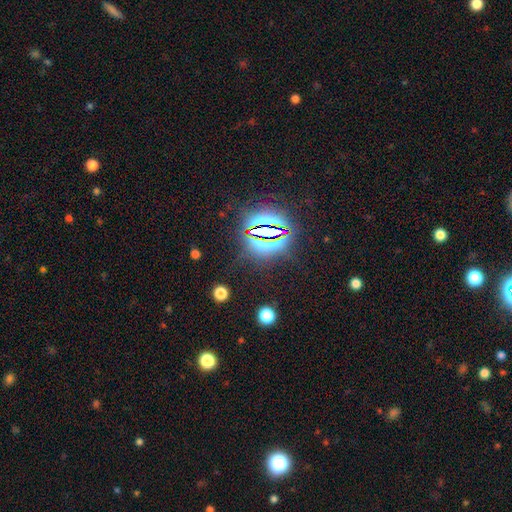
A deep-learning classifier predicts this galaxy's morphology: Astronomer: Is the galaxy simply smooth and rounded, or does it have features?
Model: star or artifact — 85%.